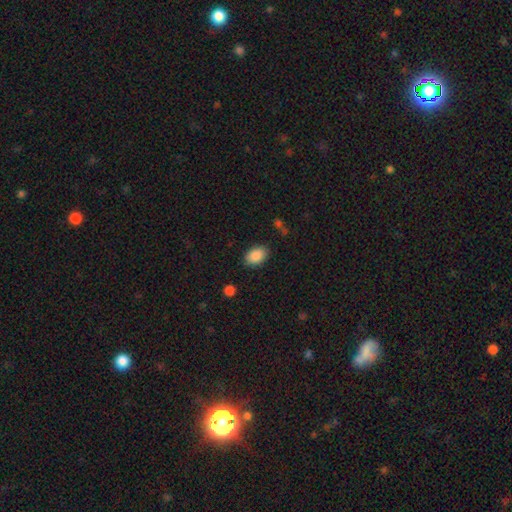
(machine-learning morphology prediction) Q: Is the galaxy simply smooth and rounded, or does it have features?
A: smooth — 89%.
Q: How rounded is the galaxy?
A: in between — 86%.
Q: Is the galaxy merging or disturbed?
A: none — 85%.